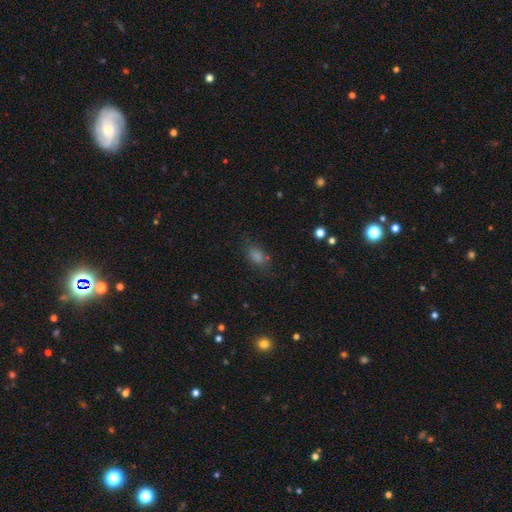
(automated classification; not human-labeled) A smooth galaxy with no disk features (64%) that is in between round and cigar-shaped (78%).

Vote fractions:
- Smooth or featured? smooth: 64% / star or artifact: 26% / featured or disk: 11%
- How rounded? in between: 78% / round: 15% / cigar-shaped: 7%
- Merging? none: 74% / minor disturbance: 16% / major disturbance: 7% / merger: 2%